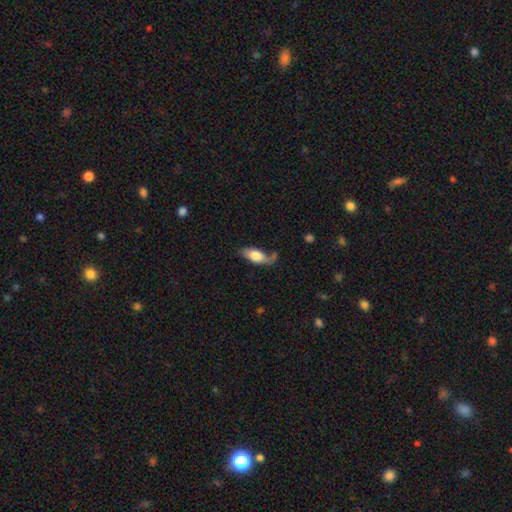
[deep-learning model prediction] smooth-or-featured: smooth: 67% | featured or disk: 27% | star or artifact: 7%
  how-rounded: in between: 82% | cigar-shaped: 14% | round: 4%
  merging: none: 48% | minor disturbance: 28% | major disturbance: 16% | merger: 8%